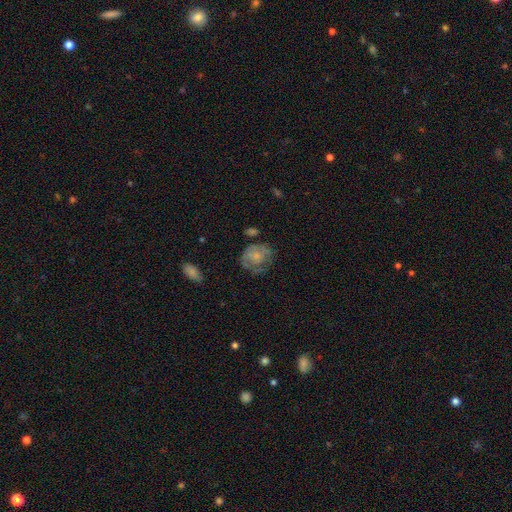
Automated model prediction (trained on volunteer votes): A smooth galaxy with no disk features (51%) that is round (64%).

Vote fractions:
- Smooth or featured? smooth: 51% / featured or disk: 40% / star or artifact: 9%
- How rounded? round: 64% / in between: 35% / cigar-shaped: 1%
- Merging? none: 46% / minor disturbance: 27% / major disturbance: 23% / merger: 4%